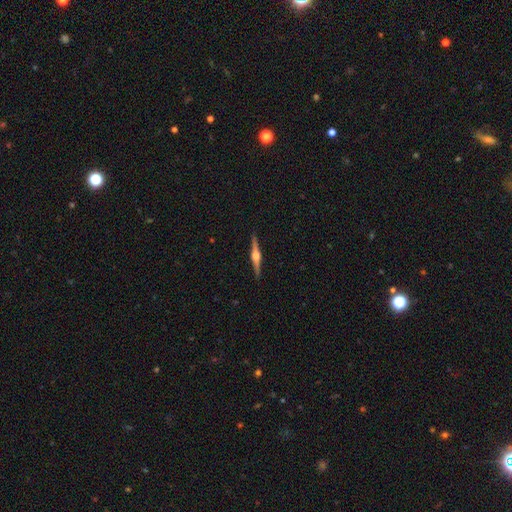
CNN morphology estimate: Overall: featured or disk (83%). Edge-on disk: yes (98%). Edge-on bulge: rounded (89%). Merging: none (92%).